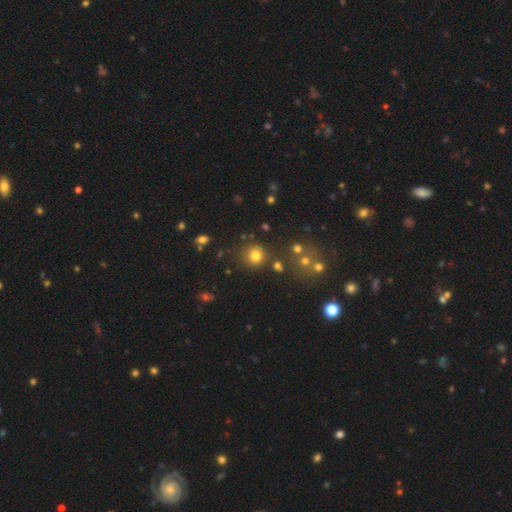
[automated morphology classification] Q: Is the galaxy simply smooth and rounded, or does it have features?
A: smooth — 78%.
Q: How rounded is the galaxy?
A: round — 89%.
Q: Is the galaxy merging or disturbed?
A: none — 81%.